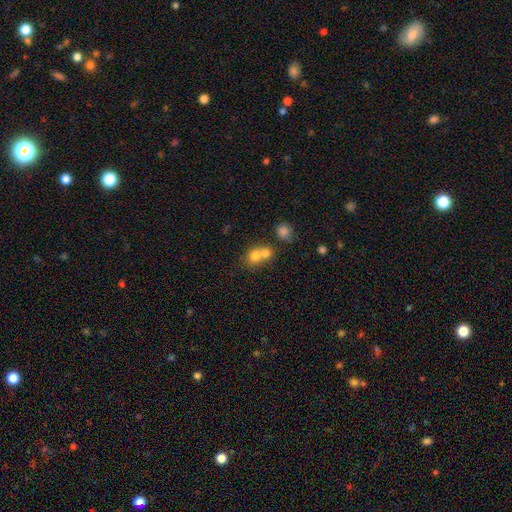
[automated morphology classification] Smooth or featured?
  - smooth: 74% *
  - featured or disk: 14%
  - star or artifact: 12%
How rounded?
  - round: 75% *
  - in between: 24%
  - cigar-shaped: 1%
Merging?
  - merger: 60% *
  - none: 31%
  - minor disturbance: 6%
  - major disturbance: 3%